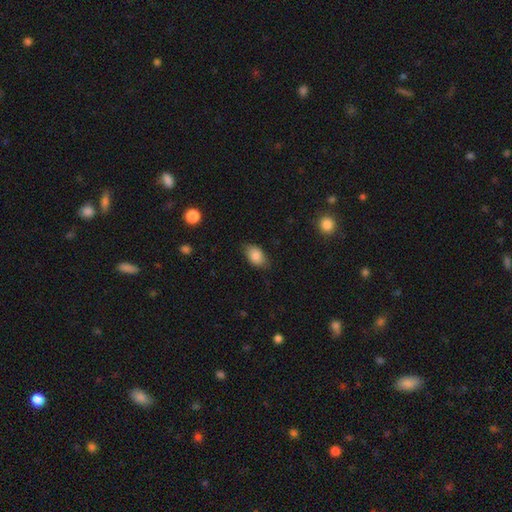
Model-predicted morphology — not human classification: Smooth or featured?
  - smooth: 84% *
  - featured or disk: 8%
  - star or artifact: 8%
How rounded?
  - in between: 87% *
  - round: 11%
  - cigar-shaped: 2%
Merging?
  - none: 76% *
  - minor disturbance: 19%
  - major disturbance: 4%
  - merger: 1%